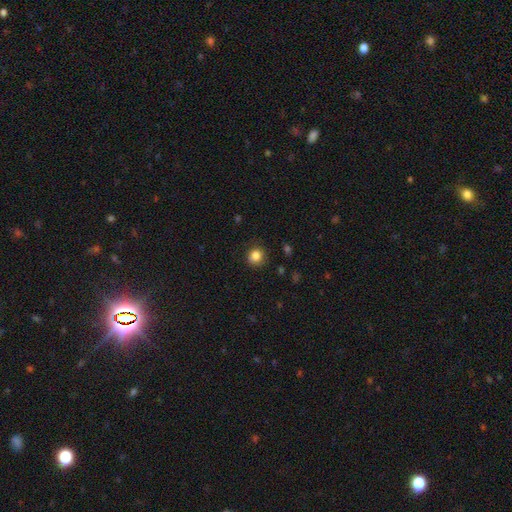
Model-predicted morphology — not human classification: Overall: smooth (84%). How rounded: round (88%). Merging: none (85%).